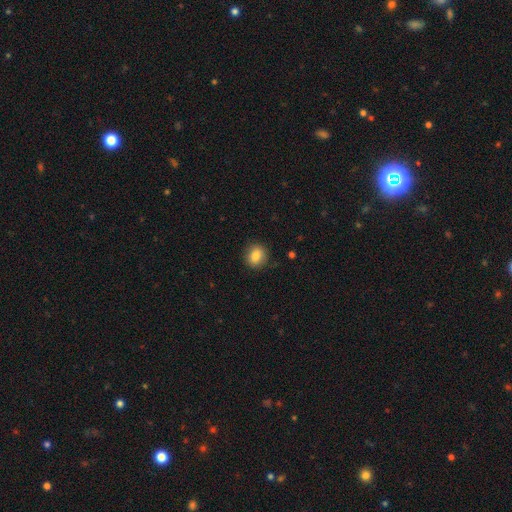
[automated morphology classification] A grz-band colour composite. It shows a smooth galaxy with no disk features (84%) that is round (72%). Merging: none (88%).